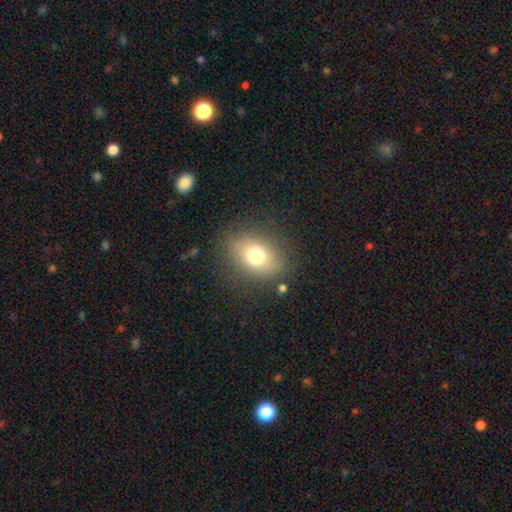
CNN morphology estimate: This appears to be a smooth galaxy with no disk features (73%) that is in between round and cigar-shaped (65%). Merging: none (82%).